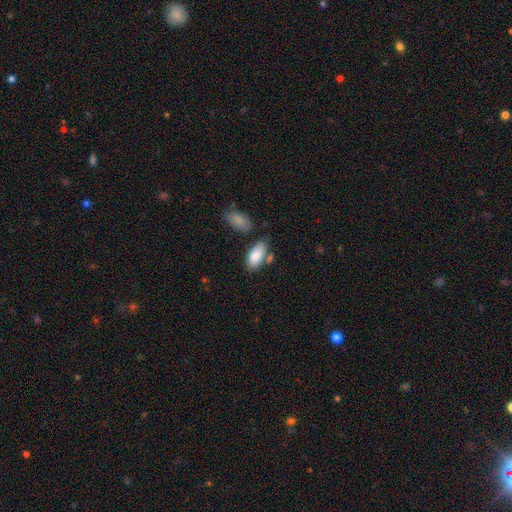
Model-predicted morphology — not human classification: This appears to be a smooth galaxy with no disk features (85%) that is in between round and cigar-shaped (93%). Merging: none (65%).